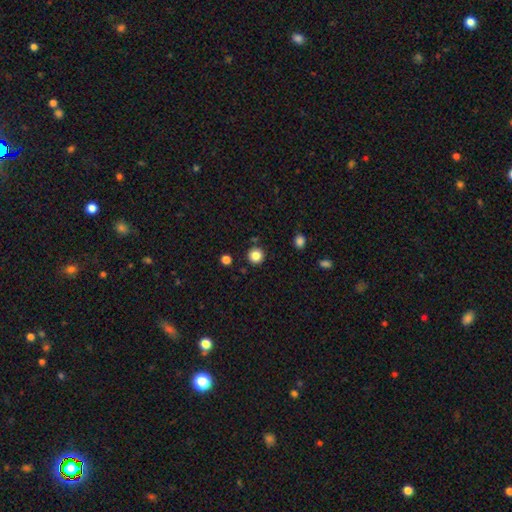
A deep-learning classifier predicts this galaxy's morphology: Smooth or featured? Predicted: smooth (p=0.85). How rounded? Predicted: round (p=0.95). Merging? Predicted: none (p=0.90).